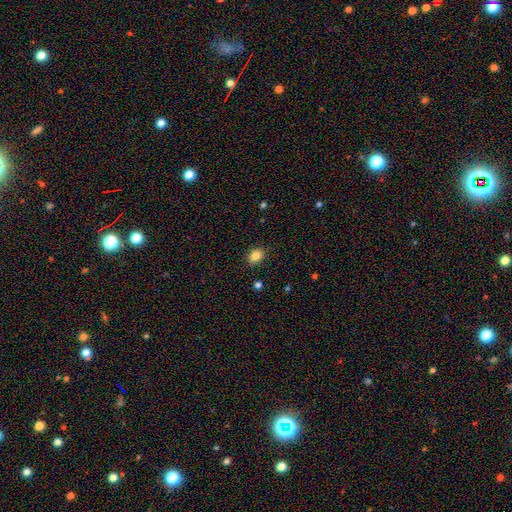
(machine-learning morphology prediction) Smooth or featured: smooth — 84% (star or artifact — 11%)
How rounded: in between — 53% (round — 46%)
Merging: none — 87% (minor disturbance — 9%)